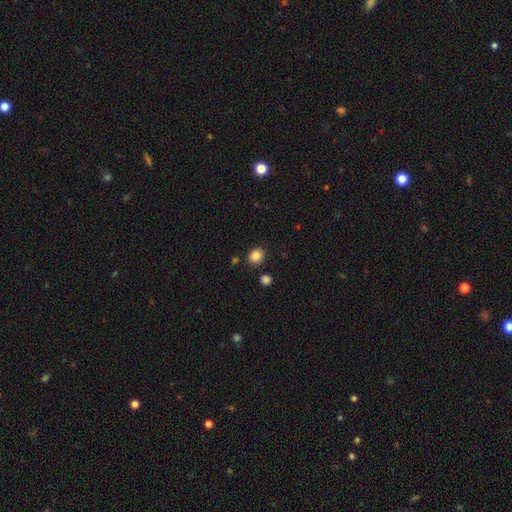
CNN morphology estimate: smooth 86%, star or artifact 10%, featured or disk 4%. Down the decision tree: how rounded — round (77%); merging — none (86%).